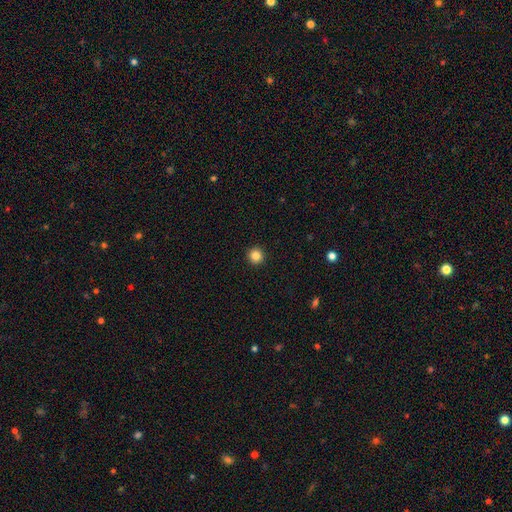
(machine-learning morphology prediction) Smooth or featured: smooth — 84% (star or artifact — 12%)
How rounded: round — 96% (in between — 3%)
Merging: none — 94% (minor disturbance — 4%)